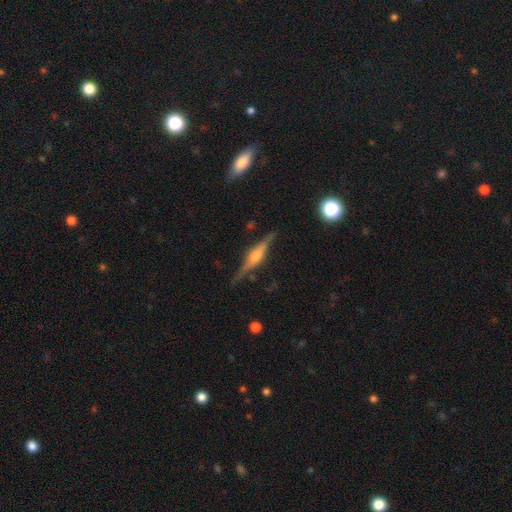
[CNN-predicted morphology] This appears to be a featured or disk galaxy (79%) viewed edge-on (97%) with a rounded central bulge (85%). Merging: none (82%).